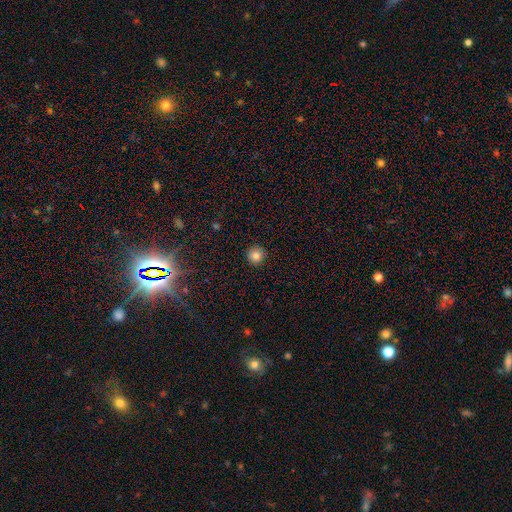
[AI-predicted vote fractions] Smooth or featured: smooth — 84% (star or artifact — 11%)
How rounded: round — 95% (in between — 4%)
Merging: none — 92% (minor disturbance — 6%)